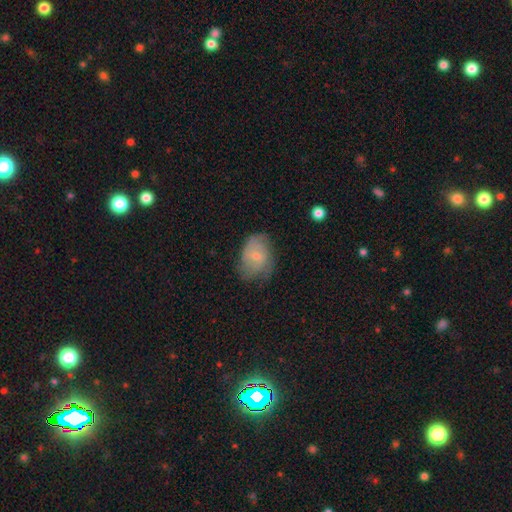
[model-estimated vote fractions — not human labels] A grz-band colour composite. It shows a smooth galaxy with no disk features (46%, tied with featured or disk). Merging: none (58%).